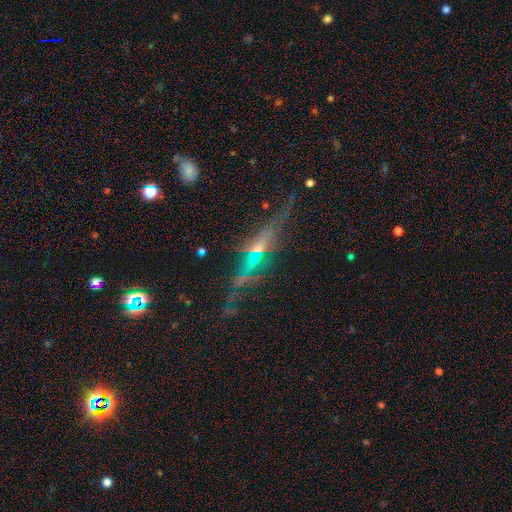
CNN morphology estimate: featured or disk 62%, star or artifact 21%, smooth 17%. Down the decision tree: edge-on disk — yes (76%); merging — none (63%).